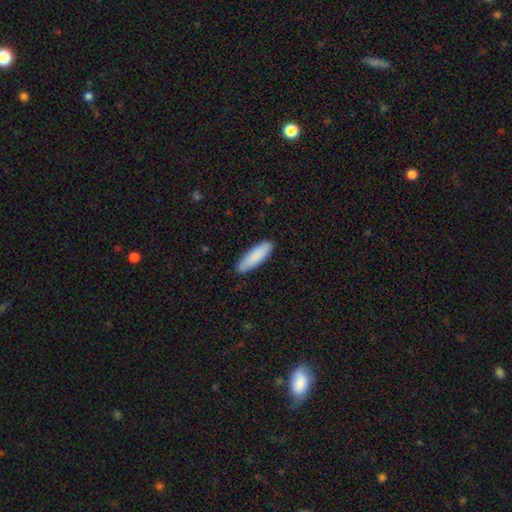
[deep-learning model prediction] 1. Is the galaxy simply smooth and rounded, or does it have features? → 88% smooth, 7% featured or disk, 5% star or artifact.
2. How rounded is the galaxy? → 60% cigar-shaped, 39% in between, 1% round.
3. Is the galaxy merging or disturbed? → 88% none, 9% minor disturbance, 2% major disturbance, 1% merger.